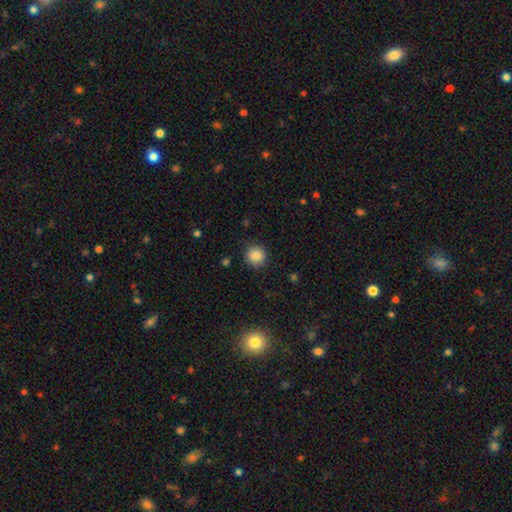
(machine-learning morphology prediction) This appears to be a smooth galaxy with no disk features (85%) that is round (91%). Merging: none (88%).